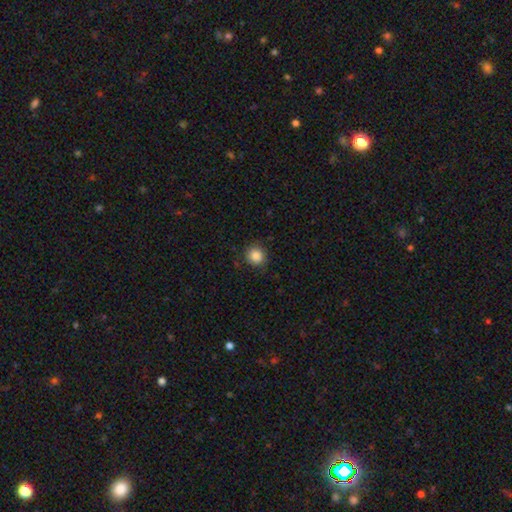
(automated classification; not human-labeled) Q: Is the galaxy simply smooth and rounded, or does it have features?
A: smooth — 86%.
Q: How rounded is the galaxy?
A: round — 89%.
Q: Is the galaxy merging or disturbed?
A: none — 86%.